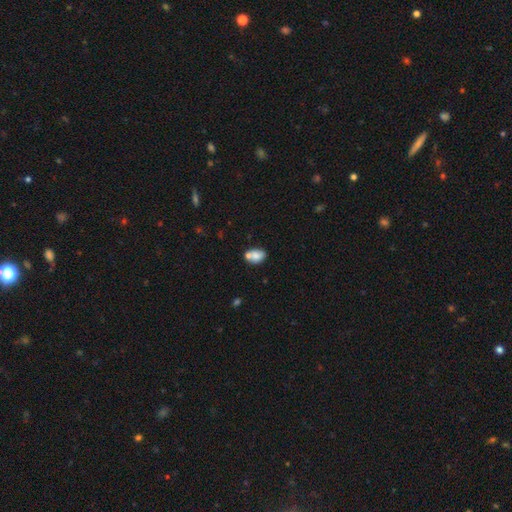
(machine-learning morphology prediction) Smooth or featured? smooth (76%)
How rounded? in between (77%)
Merging? none (48%)